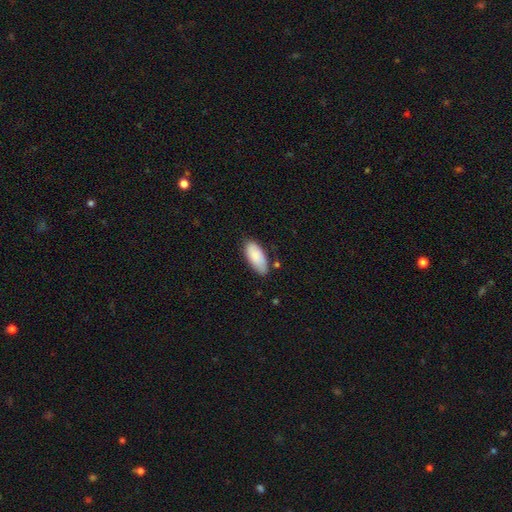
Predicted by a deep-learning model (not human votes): Overall: smooth (86%). How rounded: in between (88%). Merging: none (74%).